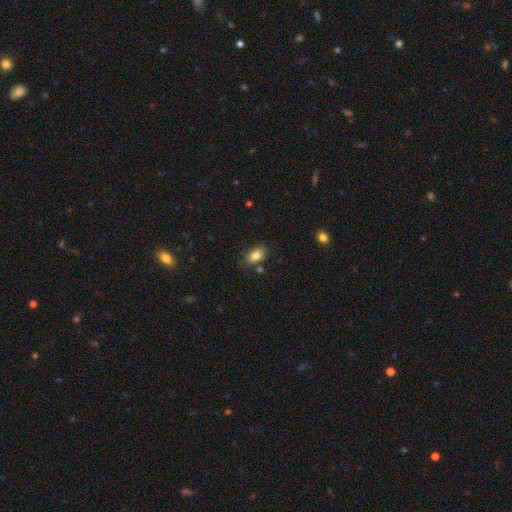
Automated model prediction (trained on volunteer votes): Morphology: type=smooth (83%); roundness=in between (88%); merging=none (76%).